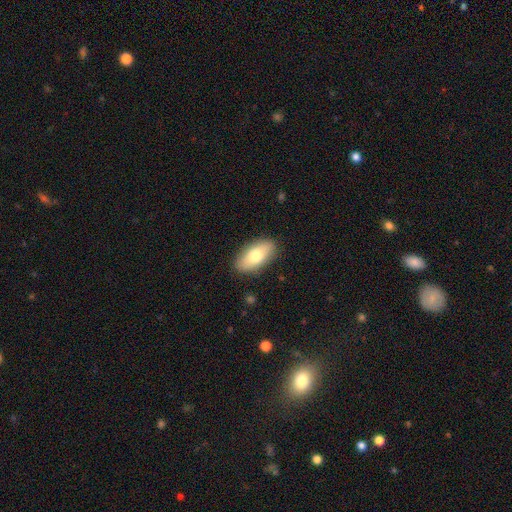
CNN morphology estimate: This appears to be a smooth galaxy with no disk features (71%) that is in between round and cigar-shaped (91%). Merging: none (87%).